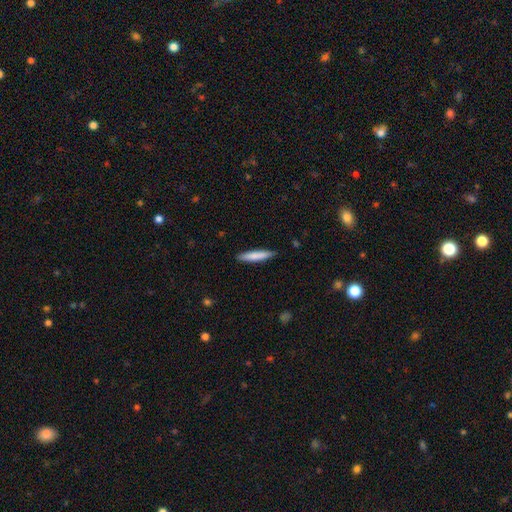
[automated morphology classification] Smooth or featured?
  - smooth: 79% *
  - featured or disk: 15%
  - star or artifact: 5%
How rounded?
  - cigar-shaped: 90% *
  - in between: 9%
  - round: 1%
Merging?
  - none: 88% *
  - minor disturbance: 9%
  - major disturbance: 2%
  - merger: 1%